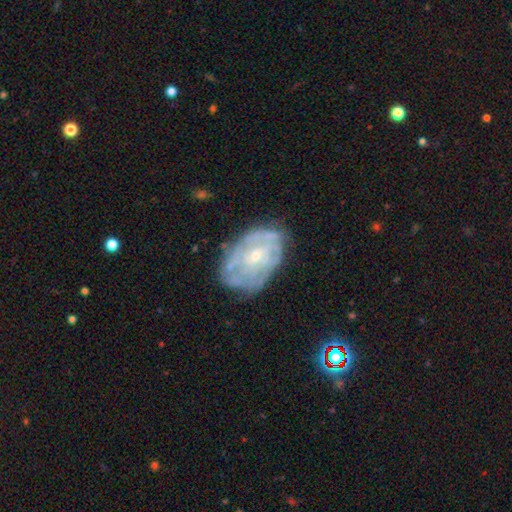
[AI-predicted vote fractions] A featured or disk galaxy (72%) with no bar (70%), spiral arms (60%) and a small central bulge (63%). Merging: none (66%).